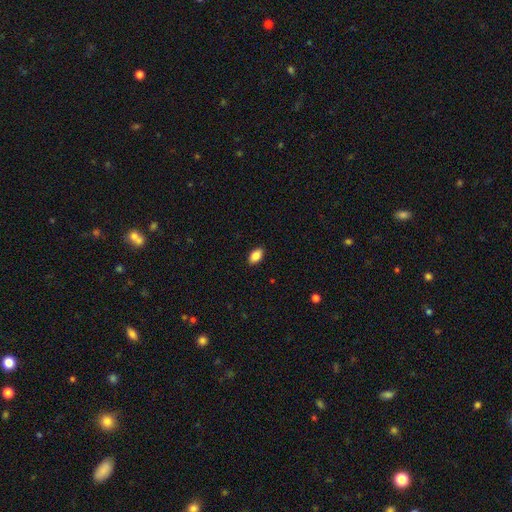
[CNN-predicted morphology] This appears to be a smooth galaxy with no disk features (87%) that is in between round and cigar-shaped (92%). Merging: none (89%).